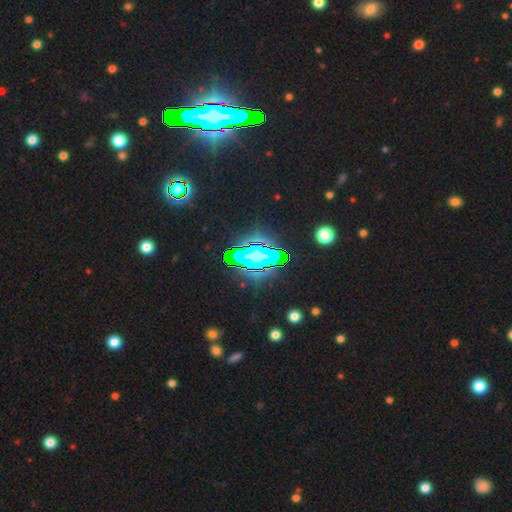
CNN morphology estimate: Smooth or featured? star or artifact (60%)